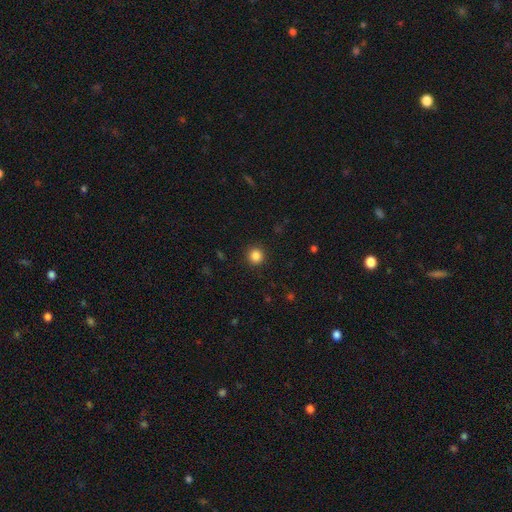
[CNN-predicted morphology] Smooth or featured?
  - smooth: 85% *
  - star or artifact: 11%
  - featured or disk: 4%
How rounded?
  - round: 93% *
  - in between: 6%
  - cigar-shaped: 1%
Merging?
  - none: 92% *
  - minor disturbance: 5%
  - major disturbance: 2%
  - merger: 1%